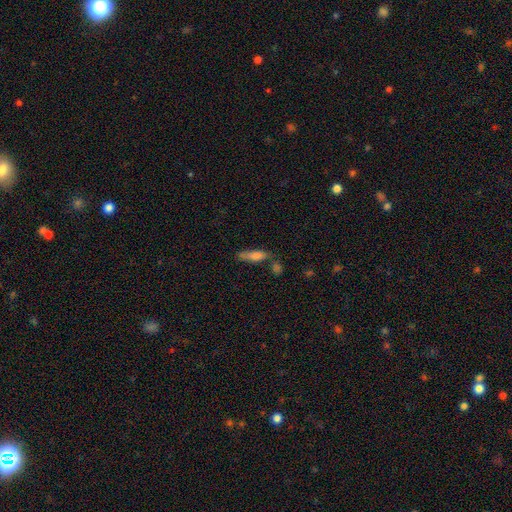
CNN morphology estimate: Smooth or featured? smooth (72%)
How rounded? cigar-shaped (59%)
Merging? none (56%)